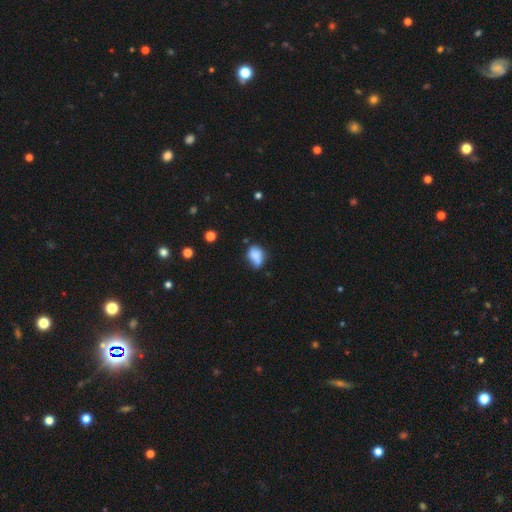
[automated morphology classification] The model was most divided on "merging": none: 37%, minor disturbance: 33%, merger: 19%, major disturbance: 11%. More confident: smooth or featured — smooth (75%); how rounded — in between (65%).